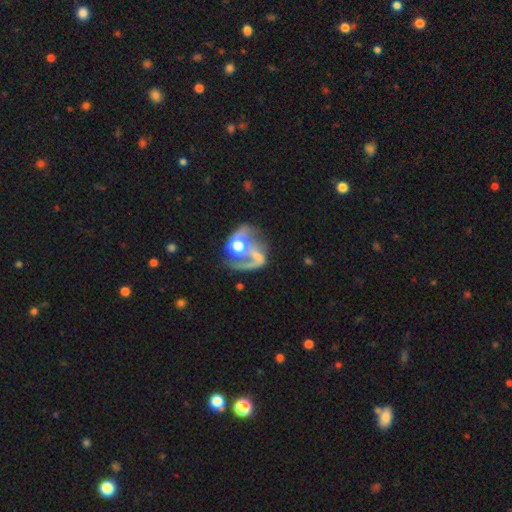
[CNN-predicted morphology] type=featured or disk (70%); edge-on=no (97%); bar=no (64%); spiral arms=yes (73%); bulge=moderate (46%); merging=merger (36%).